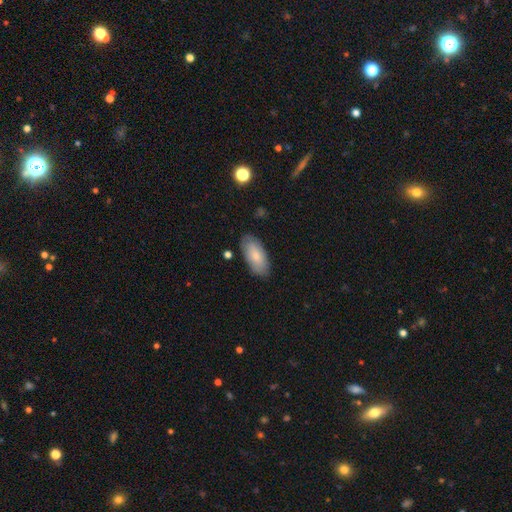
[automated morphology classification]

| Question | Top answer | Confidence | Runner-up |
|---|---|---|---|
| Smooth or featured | smooth | 79% | featured or disk (16%) |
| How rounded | in between | 92% | cigar-shaped (6%) |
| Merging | none | 82% | minor disturbance (13%) |